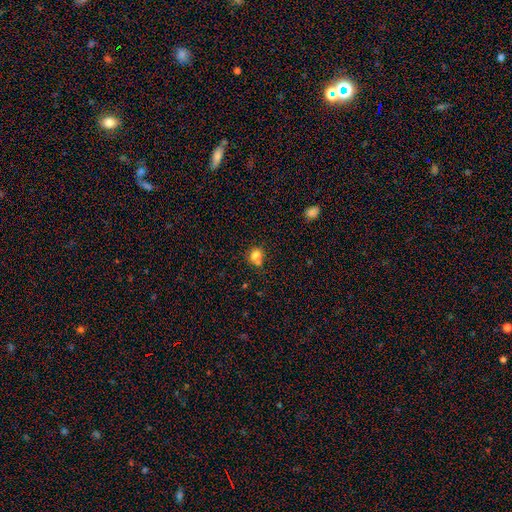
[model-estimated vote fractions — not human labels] This appears to be a smooth galaxy with no disk features (80%) that is round (79%). Merging: none (60%).